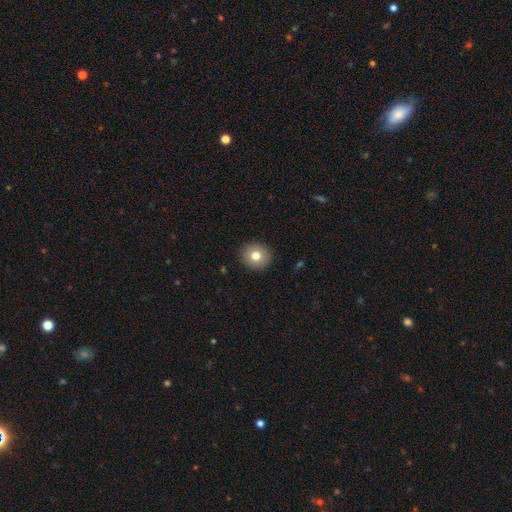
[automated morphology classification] smooth 78%, featured or disk 12%, star or artifact 10%. Down the decision tree: how rounded — round (88%); merging — none (91%).